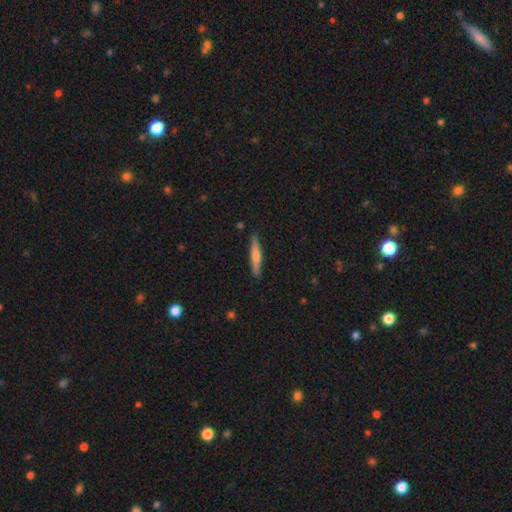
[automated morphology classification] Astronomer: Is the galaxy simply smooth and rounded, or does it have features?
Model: featured or disk — 47%, tied with smooth at 47%.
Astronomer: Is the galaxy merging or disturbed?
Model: none — 90%.